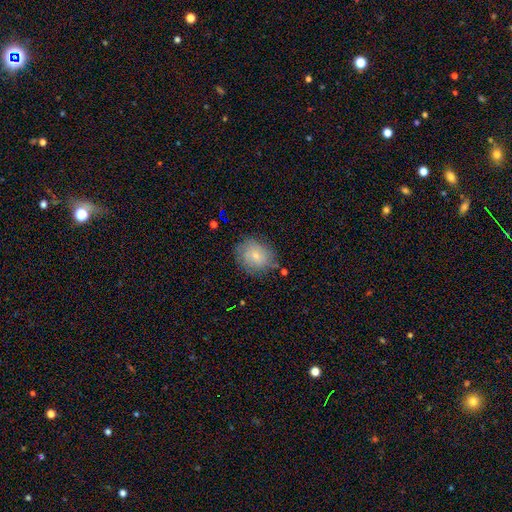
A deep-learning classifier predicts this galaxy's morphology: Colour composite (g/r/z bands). It shows a smooth galaxy with no disk features (62%) that is round (67%). Merging: none (75%).